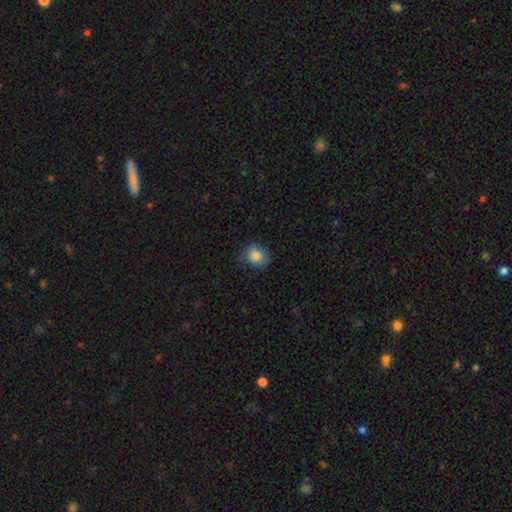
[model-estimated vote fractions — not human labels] A smooth galaxy with no disk features (83%) that is round (68%). Merging: none (64%).